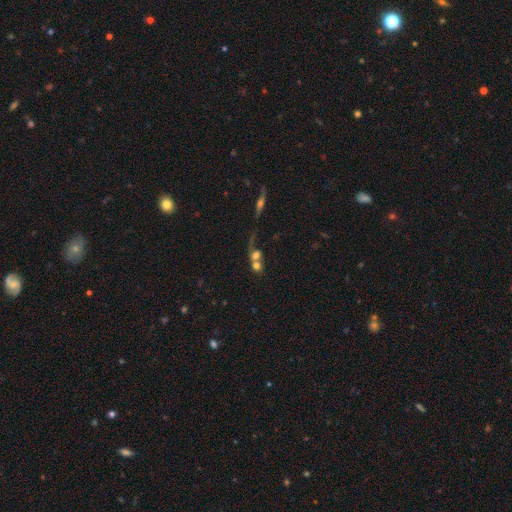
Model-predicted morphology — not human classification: smooth_or_featured: smooth (p=0.58) [alt: featured or disk p=0.27]
how_rounded: round (p=0.73) [alt: in between p=0.23]
merging: merger (p=0.67) [alt: none p=0.19]